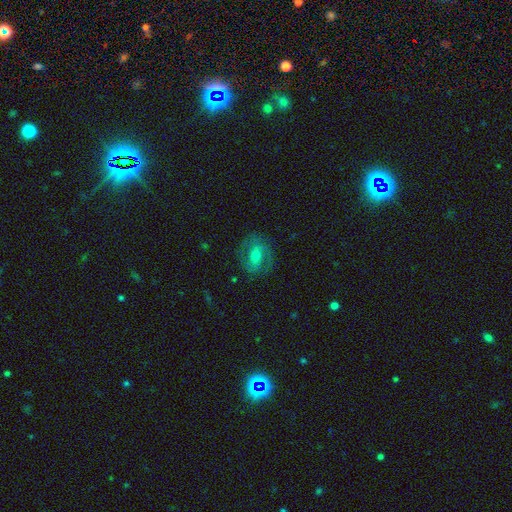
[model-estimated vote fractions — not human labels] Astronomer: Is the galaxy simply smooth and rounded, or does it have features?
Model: featured or disk — 64%.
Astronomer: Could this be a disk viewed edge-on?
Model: no — 96%.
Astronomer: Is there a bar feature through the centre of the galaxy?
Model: weak — 40% (runner-up: no, 38%).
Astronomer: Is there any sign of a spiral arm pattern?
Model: yes — 79%.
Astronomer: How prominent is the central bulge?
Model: moderate — 61%.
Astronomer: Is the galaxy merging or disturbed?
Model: none — 77%.